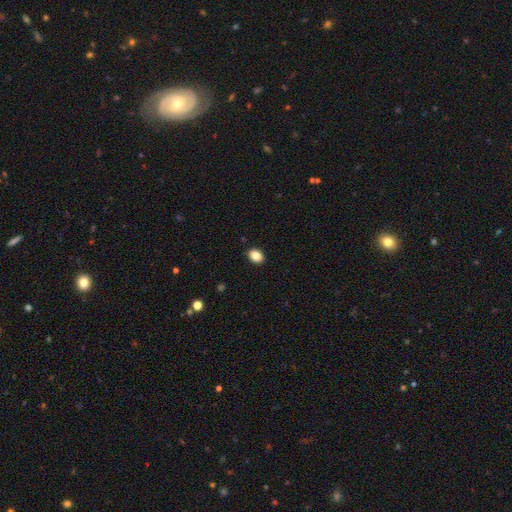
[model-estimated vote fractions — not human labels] smooth_or_featured: smooth (p=0.86) [alt: star or artifact p=0.09]
how_rounded: in between (p=0.70) [alt: round p=0.29]
merging: none (p=0.91) [alt: minor disturbance p=0.07]